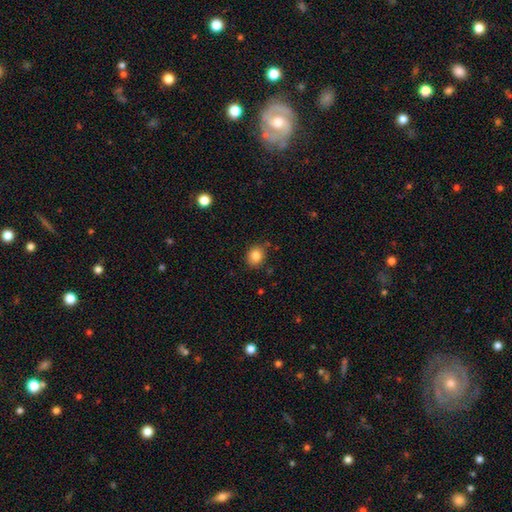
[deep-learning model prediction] The model was most divided on "how rounded": round: 65%, in between: 35%, cigar-shaped: 1%. More confident: smooth or featured — smooth (84%); merging — none (81%).